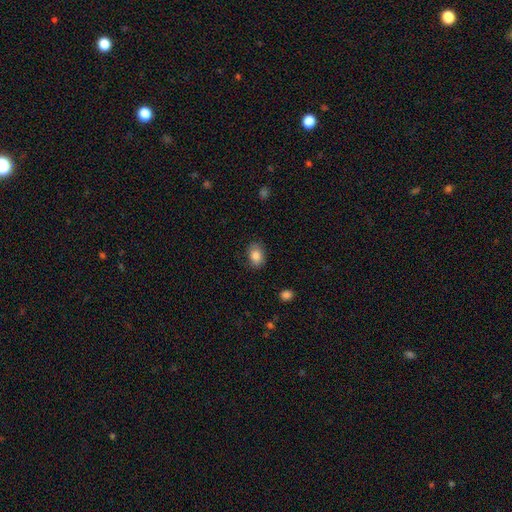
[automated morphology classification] smooth 85%, star or artifact 8%, featured or disk 7%. Down the decision tree: how rounded — in between (75%); merging — none (81%).